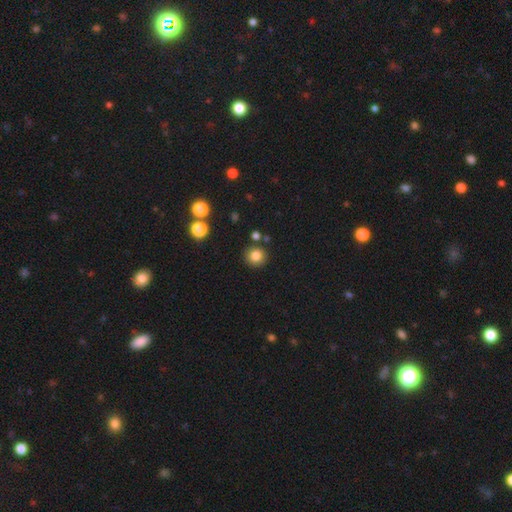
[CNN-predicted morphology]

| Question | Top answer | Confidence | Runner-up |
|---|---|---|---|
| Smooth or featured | smooth | 82% | star or artifact (12%) |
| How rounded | round | 92% | in between (7%) |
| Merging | none | 85% | minor disturbance (8%) |